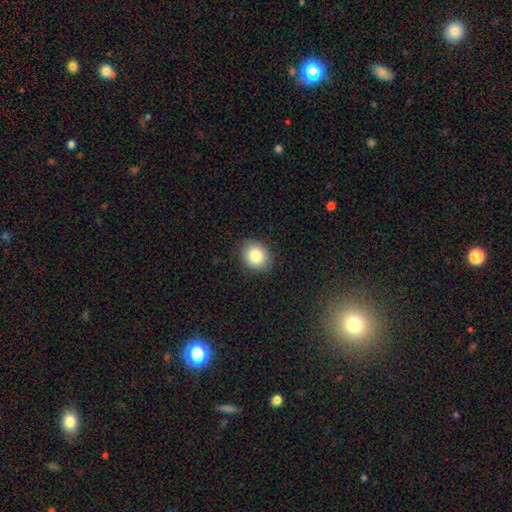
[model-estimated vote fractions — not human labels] This is clearly a smooth galaxy (84%). How rounded: likely round (60%). Merging: clearly none (87%).